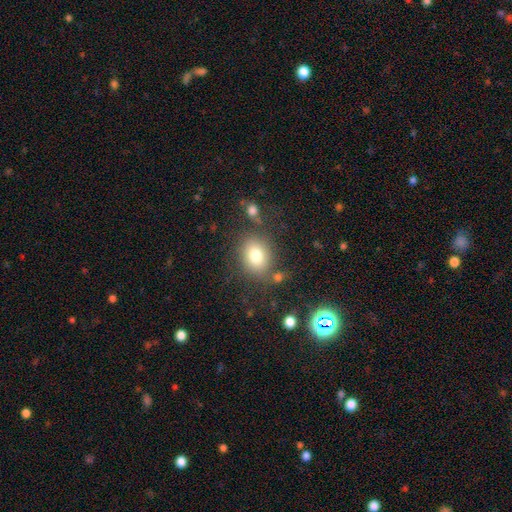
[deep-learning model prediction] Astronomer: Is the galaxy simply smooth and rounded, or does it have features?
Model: smooth — 79%.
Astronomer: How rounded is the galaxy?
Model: in between — 51% (runner-up: round, 48%).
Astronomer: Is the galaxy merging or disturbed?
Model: none — 74%.